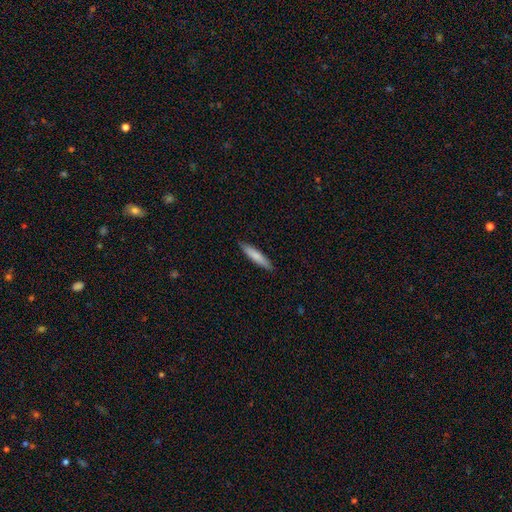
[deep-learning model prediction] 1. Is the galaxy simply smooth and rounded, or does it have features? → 77% smooth, 17% featured or disk, 5% star or artifact.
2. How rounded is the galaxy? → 88% cigar-shaped, 11% in between, 1% round.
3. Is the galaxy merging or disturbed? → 88% none, 9% minor disturbance, 2% major disturbance, 1% merger.